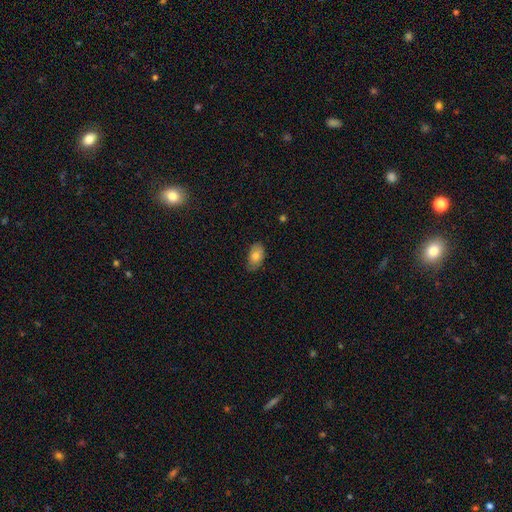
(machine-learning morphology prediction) A smooth galaxy with no disk features (76%) that is in between round and cigar-shaped (92%).

Vote fractions:
- Smooth or featured? smooth: 76% / featured or disk: 16% / star or artifact: 8%
- How rounded? in between: 92% / round: 6% / cigar-shaped: 2%
- Merging? none: 73% / minor disturbance: 22% / major disturbance: 3% / merger: 1%